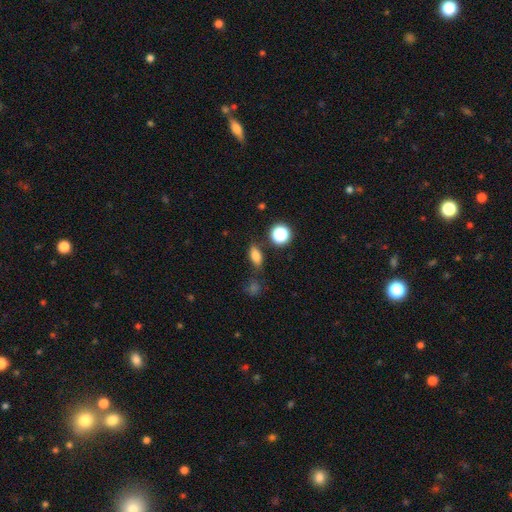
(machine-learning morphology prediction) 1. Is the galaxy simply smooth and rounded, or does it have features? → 78% smooth, 14% star or artifact, 7% featured or disk.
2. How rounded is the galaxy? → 77% in between, 15% round, 9% cigar-shaped.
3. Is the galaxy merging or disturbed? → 76% none, 15% minor disturbance, 5% merger, 4% major disturbance.